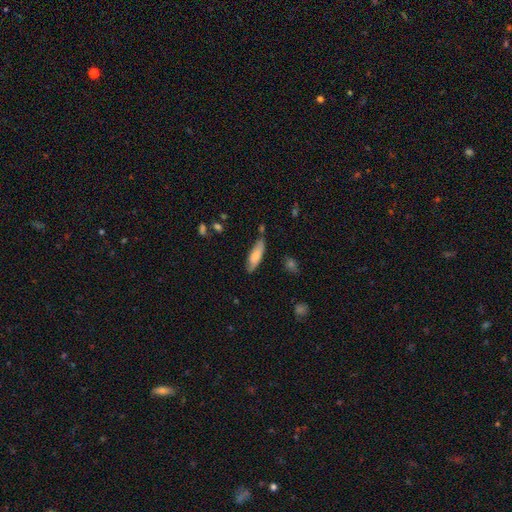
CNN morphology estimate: Q: Smooth or featured?
A: smooth (72%); runner-up: featured or disk (22%)
Q: How rounded?
A: in between (51%); runner-up: cigar-shaped (48%)
Q: Merging?
A: none (71%); runner-up: minor disturbance (22%)